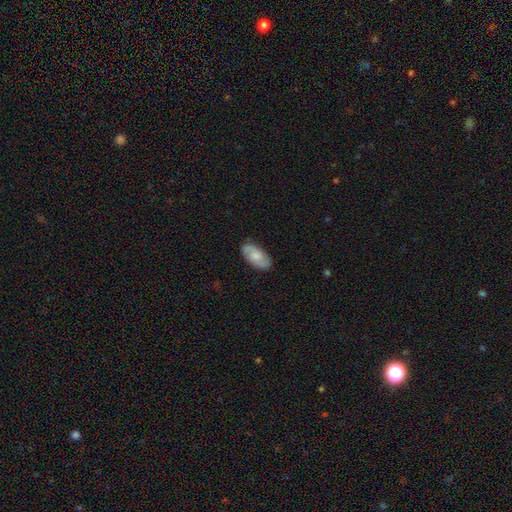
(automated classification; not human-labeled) A smooth galaxy with no disk features (49%).

Vote fractions:
- Smooth or featured? smooth: 49% / featured or disk: 45% / star or artifact: 6%
- Merging? none: 84% / minor disturbance: 12% / major disturbance: 3% / merger: 1%